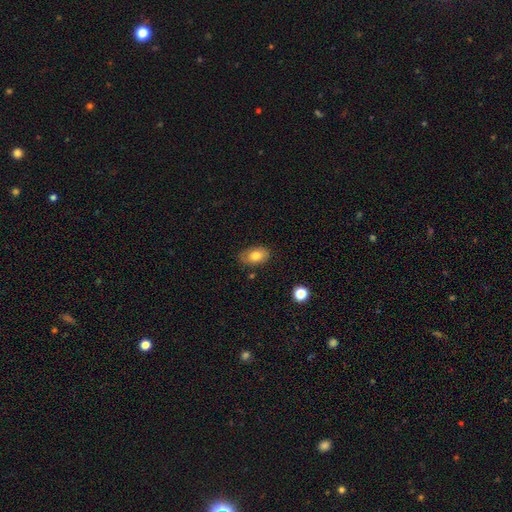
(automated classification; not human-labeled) A smooth galaxy with no disk features (76%) that is in between round and cigar-shaped (89%).

Vote fractions:
- Smooth or featured? smooth: 76% / featured or disk: 16% / star or artifact: 8%
- How rounded? in between: 89% / round: 10% / cigar-shaped: 1%
- Merging? none: 79% / minor disturbance: 16% / major disturbance: 3% / merger: 2%